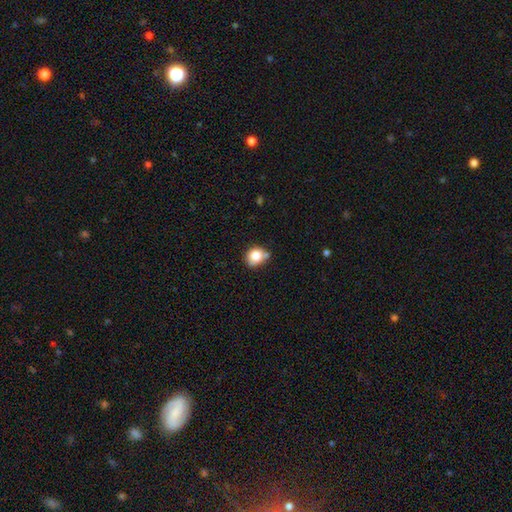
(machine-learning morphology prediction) Smooth or featured: smooth — 83% (star or artifact — 10%)
How rounded: round — 76% (in between — 23%)
Merging: none — 62% (minor disturbance — 21%)